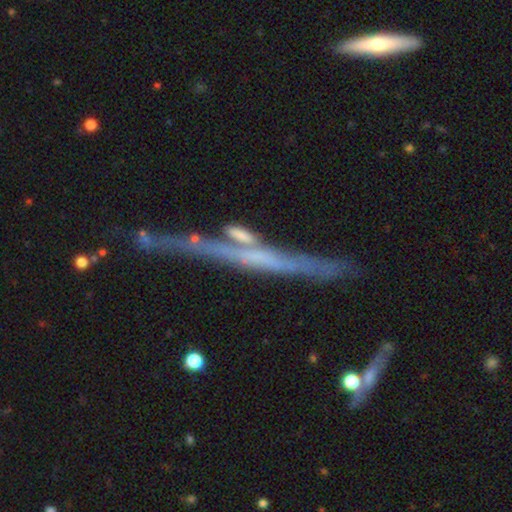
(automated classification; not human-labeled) The model was most divided on "edge-on bulge": none: 65%, rounded: 22%, boxy: 13%. More confident: edge-on disk — yes (94%); smooth or featured — featured or disk (74%); merging — none (69%).